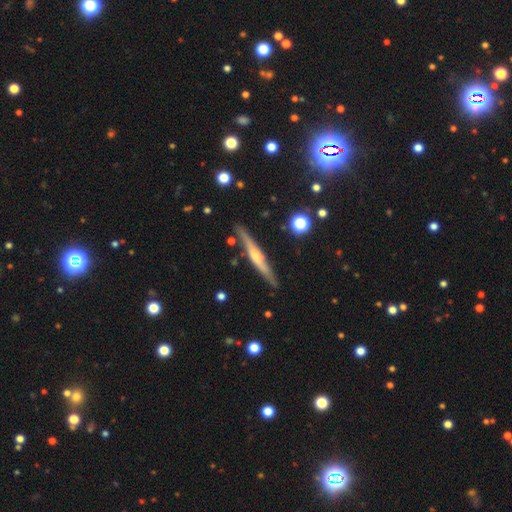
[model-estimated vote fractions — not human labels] Smooth or featured?
  - featured or disk: 67% *
  - smooth: 27%
  - star or artifact: 6%
Edge-on disk?
  - yes: 96% *
  - no: 4%
Edge-on bulge?
  - rounded: 68% *
  - none: 22%
  - boxy: 10%
Merging?
  - none: 86% *
  - minor disturbance: 10%
  - merger: 2%
  - major disturbance: 2%